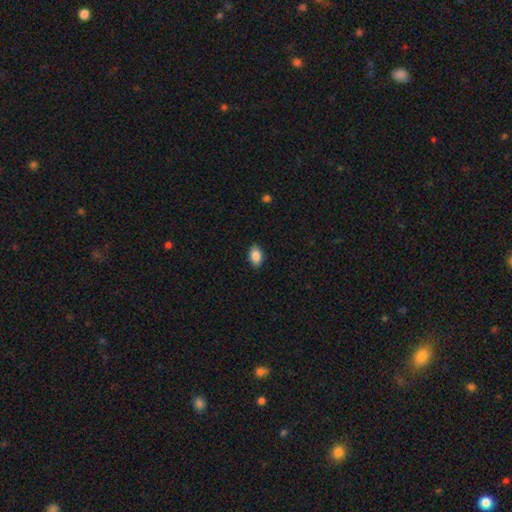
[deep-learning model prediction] smooth 87%, star or artifact 8%, featured or disk 5%. Down the decision tree: how rounded — in between (90%); merging — none (87%).